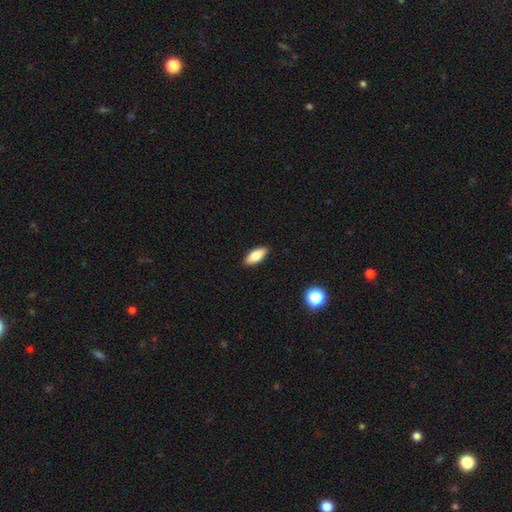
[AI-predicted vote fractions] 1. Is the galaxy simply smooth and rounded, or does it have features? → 81% smooth, 12% featured or disk, 7% star or artifact.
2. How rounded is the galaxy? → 81% in between, 16% cigar-shaped, 2% round.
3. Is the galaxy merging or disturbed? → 90% none, 7% minor disturbance, 2% major disturbance, 1% merger.